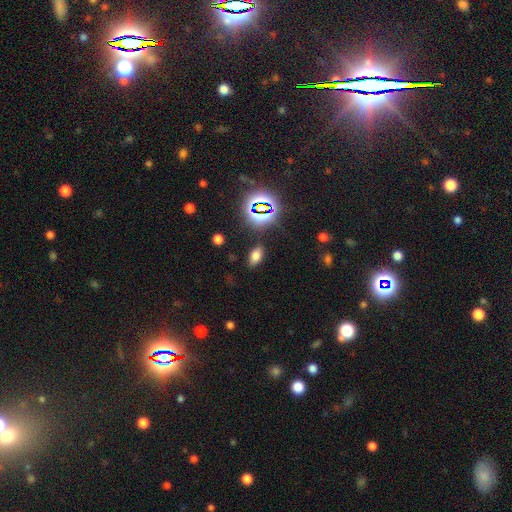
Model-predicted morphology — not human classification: Smooth or featured?
  - smooth: 68% *
  - star or artifact: 24%
  - featured or disk: 9%
How rounded?
  - in between: 88% *
  - round: 8%
  - cigar-shaped: 4%
Merging?
  - none: 85% *
  - minor disturbance: 9%
  - major disturbance: 3%
  - merger: 2%